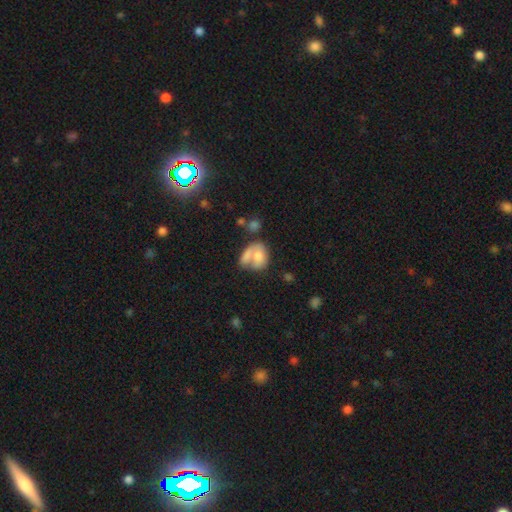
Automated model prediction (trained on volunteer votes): Morphology: type=smooth (68%); roundness=in between (60%); merging=merger (49%).